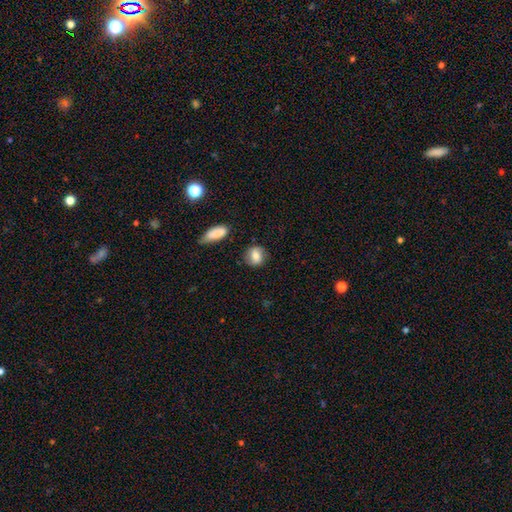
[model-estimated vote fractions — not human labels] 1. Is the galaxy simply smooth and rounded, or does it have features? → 72% smooth, 19% featured or disk, 8% star or artifact.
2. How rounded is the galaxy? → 68% round, 30% in between, 2% cigar-shaped.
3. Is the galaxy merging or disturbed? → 80% none, 14% minor disturbance, 3% major disturbance, 3% merger.